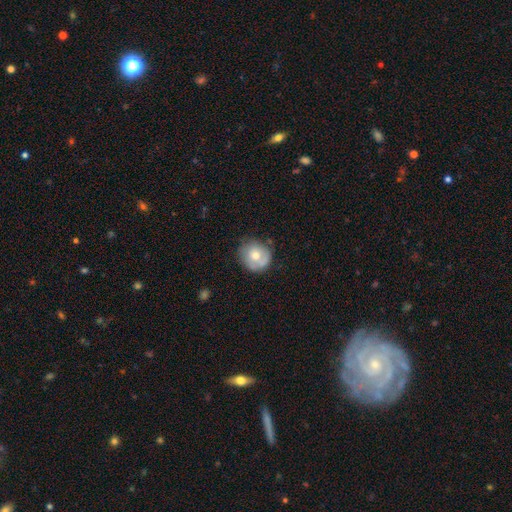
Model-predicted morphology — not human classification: smooth-or-featured: smooth: 63% | featured or disk: 29% | star or artifact: 8%
  how-rounded: round: 84% | in between: 15% | cigar-shaped: 1%
  merging: none: 64% | minor disturbance: 25% | major disturbance: 7% | merger: 4%